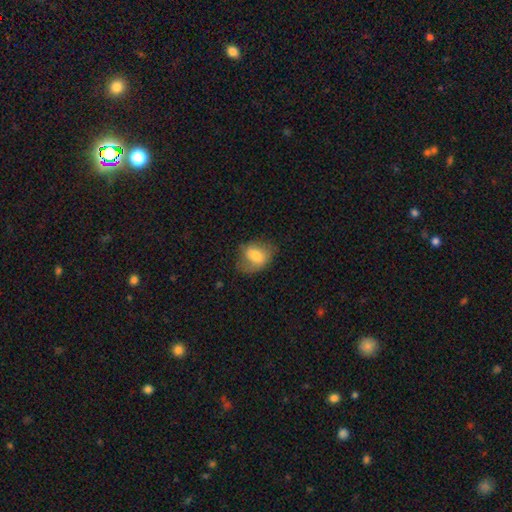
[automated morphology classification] This is likely a smooth galaxy (68%). How rounded: likely in between (66%). Merging: possibly none (56%).